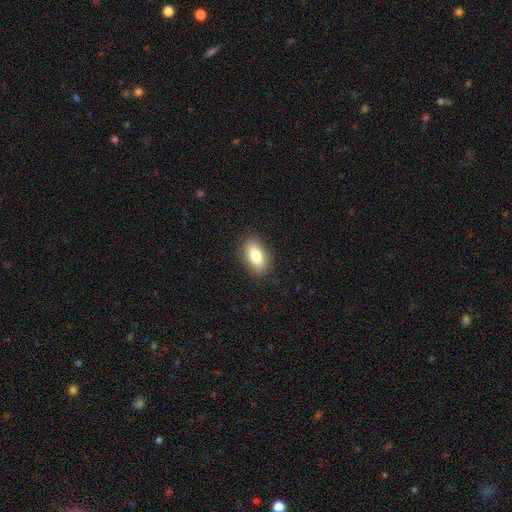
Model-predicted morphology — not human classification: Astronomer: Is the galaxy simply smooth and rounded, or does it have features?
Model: smooth — 81%.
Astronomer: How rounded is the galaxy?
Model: in between — 90%.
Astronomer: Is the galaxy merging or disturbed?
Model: none — 88%.